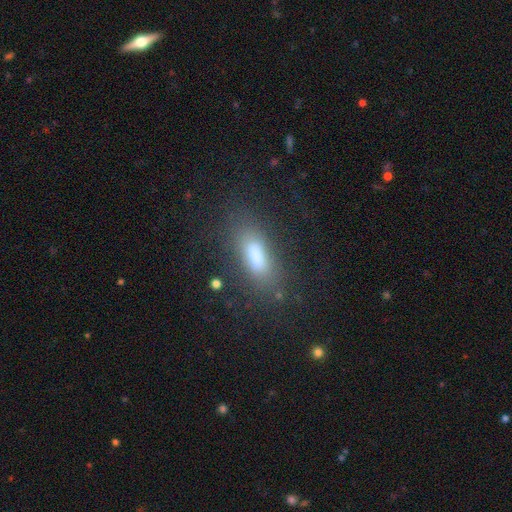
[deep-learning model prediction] This is likely a smooth galaxy (68%). How rounded: likely in between (65%). Merging: likely none (77%).